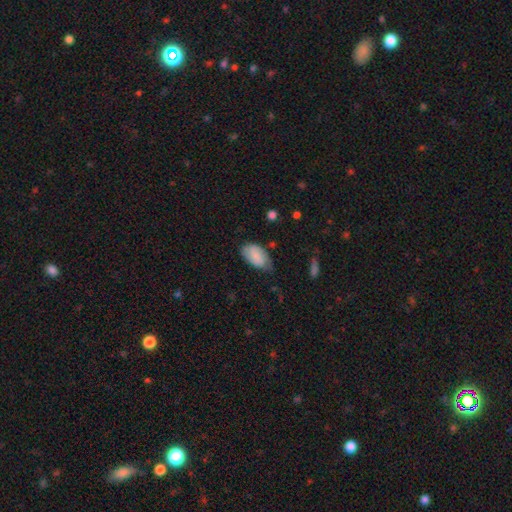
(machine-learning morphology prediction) This appears to be a smooth galaxy with no disk features (80%) that is in between round and cigar-shaped (94%). Merging: none (54%).